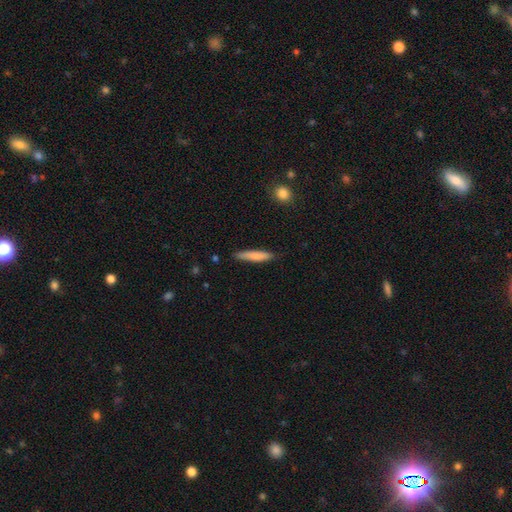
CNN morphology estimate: Smooth or featured?
  - smooth: 79% *
  - featured or disk: 15%
  - star or artifact: 6%
How rounded?
  - cigar-shaped: 87% *
  - in between: 11%
  - round: 1%
Merging?
  - none: 85% *
  - minor disturbance: 12%
  - major disturbance: 2%
  - merger: 1%